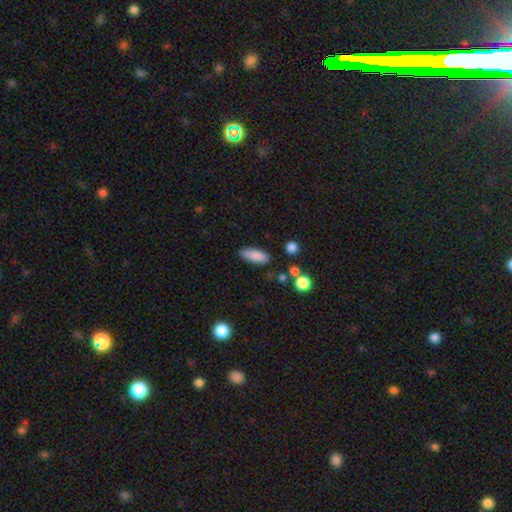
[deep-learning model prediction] Smooth or featured?
  - smooth: 86% *
  - star or artifact: 7%
  - featured or disk: 6%
How rounded?
  - in between: 75% *
  - cigar-shaped: 23%
  - round: 3%
Merging?
  - none: 83% *
  - minor disturbance: 12%
  - major disturbance: 3%
  - merger: 3%